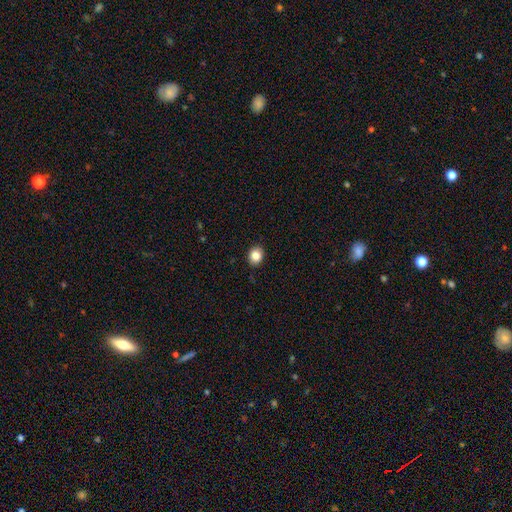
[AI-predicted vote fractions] This is clearly a smooth galaxy (84%). How rounded: possibly round (54%). Merging: clearly none (90%).